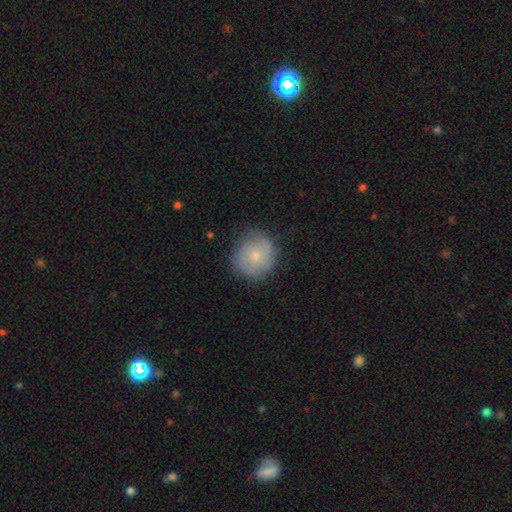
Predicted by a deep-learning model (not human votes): This appears to be a smooth galaxy with no disk features (48%). Merging: none (76%).